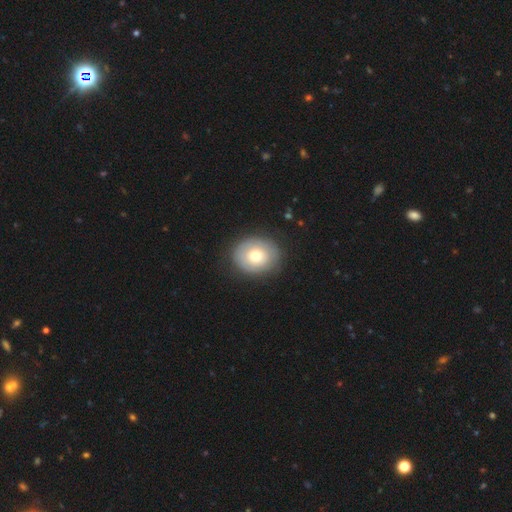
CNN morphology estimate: Q: Smooth or featured?
A: smooth (64%); runner-up: featured or disk (29%)
Q: How rounded?
A: round (62%); runner-up: in between (38%)
Q: Merging?
A: none (83%); runner-up: minor disturbance (12%)